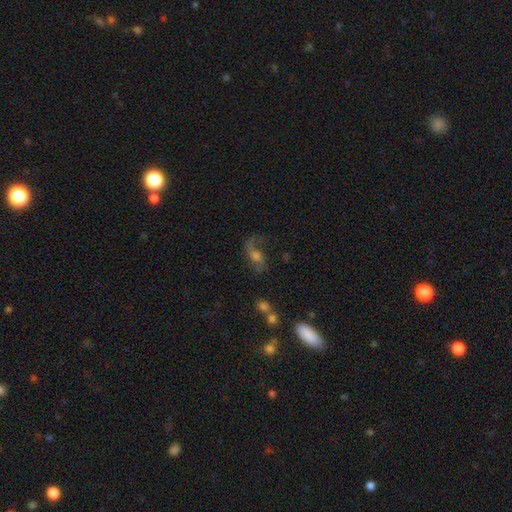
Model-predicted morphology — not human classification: Overall: featured or disk (69%). Edge-on disk: no (93%). Bar: no (50%; weak 38%). Spiral arms: yes (89%). Spiral arm count: 2 (80%). Spiral winding: loose (76%). Bulge size: moderate (52%; small 24%). Merging: none (58%; major disturbance 20%).